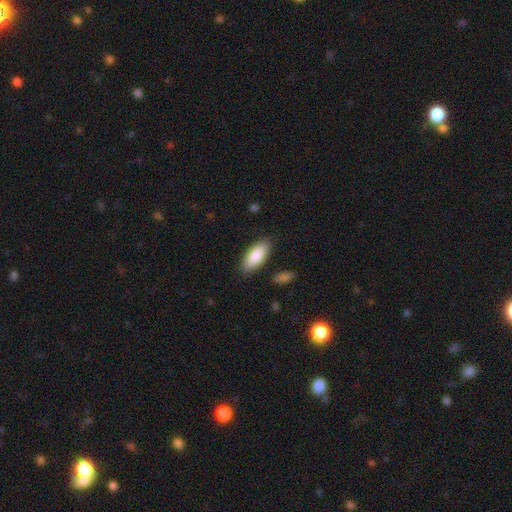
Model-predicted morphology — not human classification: A smooth galaxy with no disk features (88%) that is in between round and cigar-shaped (84%). Merging: none (86%).